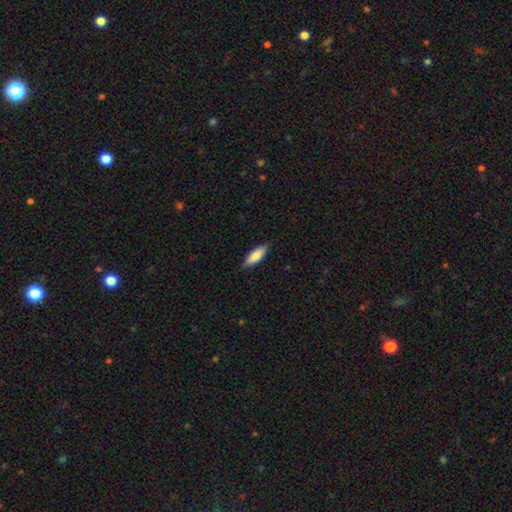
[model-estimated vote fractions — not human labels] This is clearly a smooth galaxy (81%). How rounded: possibly in between (57%). Merging: clearly none (85%).